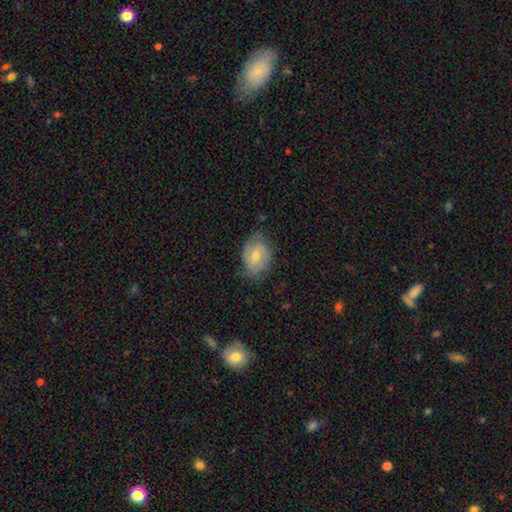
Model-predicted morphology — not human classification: smooth 50%, featured or disk 42%, star or artifact 8%. Down the decision tree: merging — none (70%).